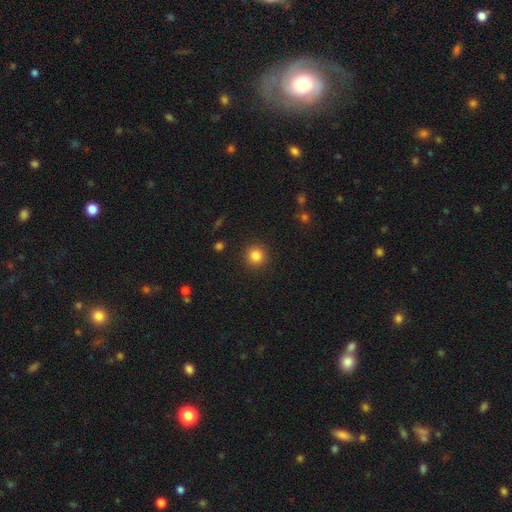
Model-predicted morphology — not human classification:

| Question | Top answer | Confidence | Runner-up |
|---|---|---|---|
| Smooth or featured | smooth | 83% | star or artifact (11%) |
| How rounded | round | 95% | in between (4%) |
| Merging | none | 92% | minor disturbance (5%) |